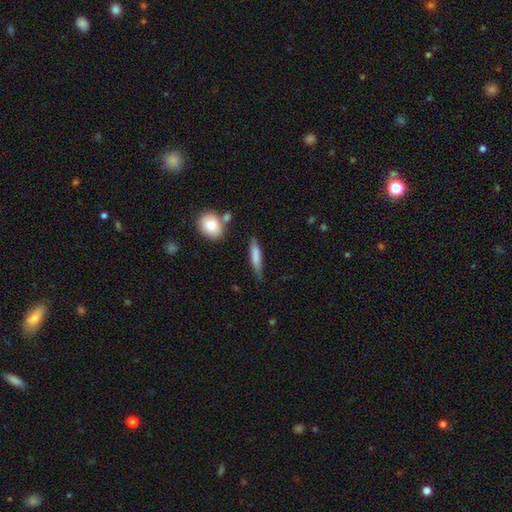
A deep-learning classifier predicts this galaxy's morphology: Overall: smooth (73%). How rounded: cigar-shaped (80%). Merging: none (71%).